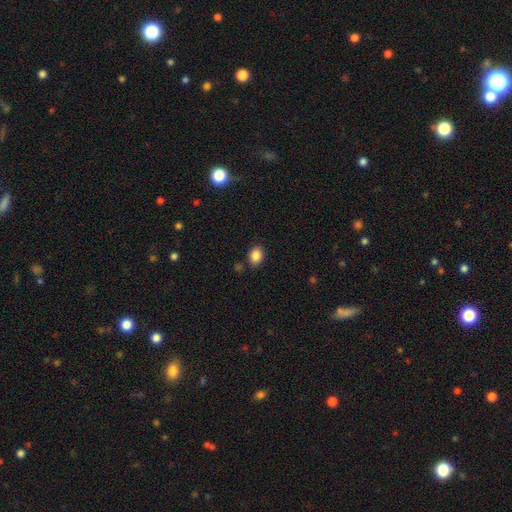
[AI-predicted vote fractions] This is clearly a smooth galaxy (86%). How rounded: likely in between (65%). Merging: clearly none (83%).